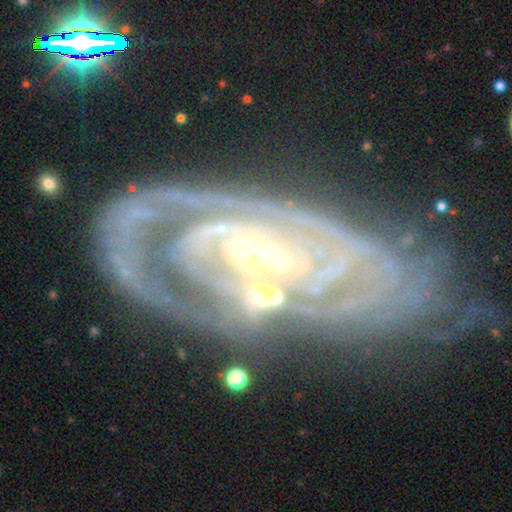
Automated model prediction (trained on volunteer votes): This appears to be a featured or disk galaxy (87%) with no bar (37%), 2 (33%) tight (72%) spiral arms (93%) and a small central bulge (61%). Merging: none (58%).